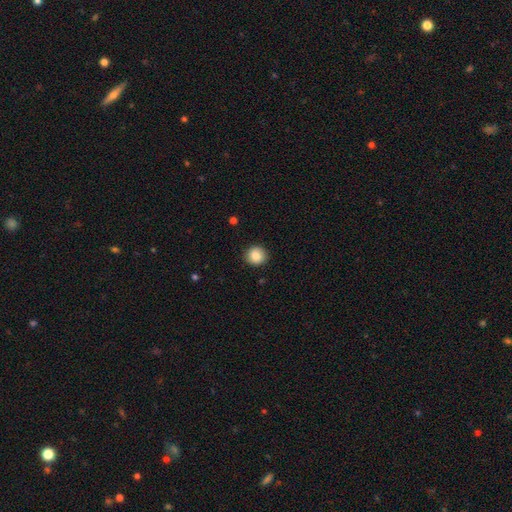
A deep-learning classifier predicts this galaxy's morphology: smooth 87%, star or artifact 8%, featured or disk 5%. Down the decision tree: how rounded — round (89%); merging — none (89%).